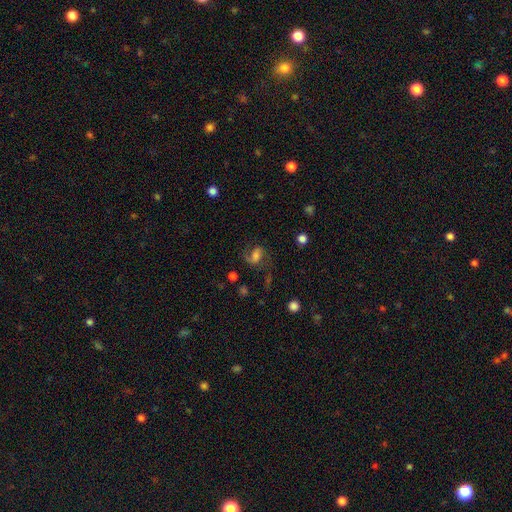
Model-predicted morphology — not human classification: Smooth or featured? Predicted: featured or disk (p=0.67). Edge-on disk? Predicted: no (p=0.97). Bar? Predicted: weak (p=0.45). Spiral arms? Predicted: yes (p=0.93). Spiral winding? Predicted: loose (p=0.46). Spiral arm count? Predicted: 2 (p=0.81). Bulge size? Predicted: moderate (p=0.40). Merging? Predicted: none (p=0.60).